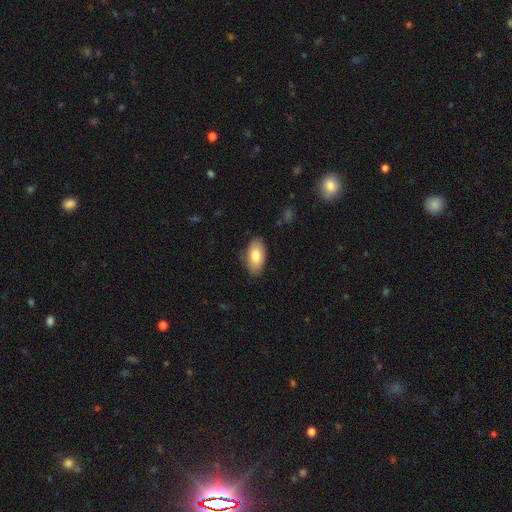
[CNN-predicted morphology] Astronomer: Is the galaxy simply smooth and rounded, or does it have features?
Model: smooth — 80%.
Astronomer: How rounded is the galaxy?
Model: in between — 94%.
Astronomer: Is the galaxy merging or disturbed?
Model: none — 84%.